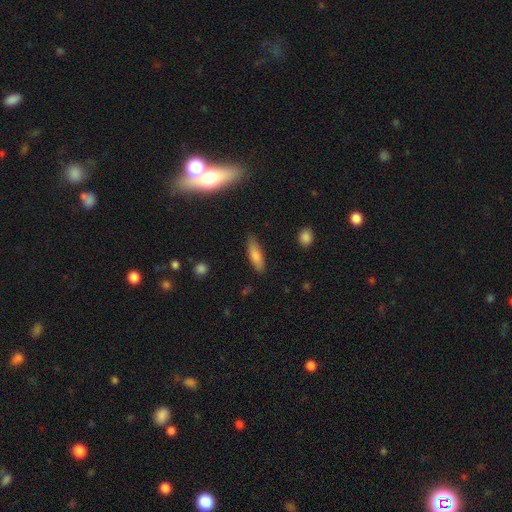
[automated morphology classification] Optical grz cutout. It shows a smooth galaxy with no disk features (79%) that is cigar-shaped (53%). Merging: none (80%).